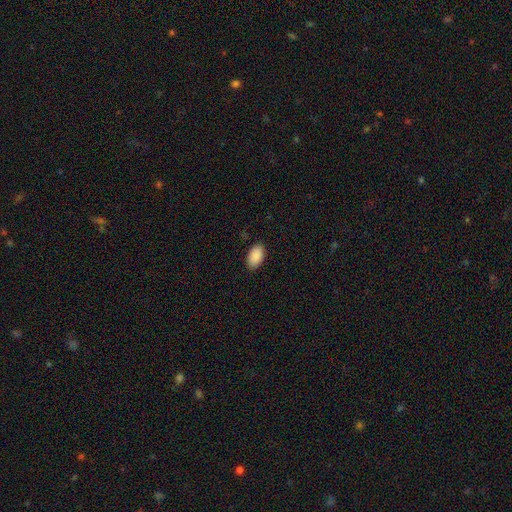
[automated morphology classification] A smooth galaxy with no disk features (90%) that is in between round and cigar-shaped (95%).

Vote fractions:
- Smooth or featured? smooth: 90% / star or artifact: 6% / featured or disk: 3%
- How rounded? in between: 95% / round: 3% / cigar-shaped: 2%
- Merging? none: 88% / minor disturbance: 9% / major disturbance: 2% / merger: 1%